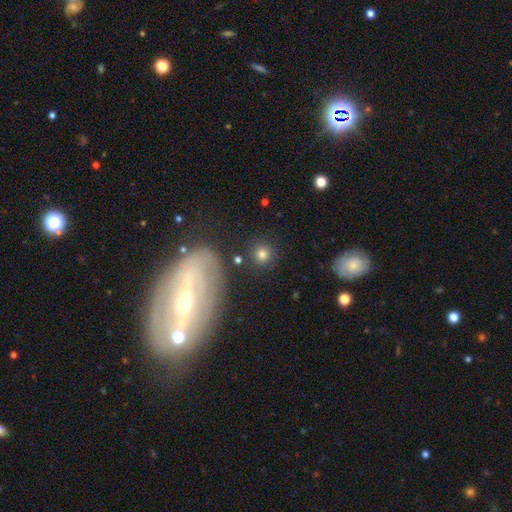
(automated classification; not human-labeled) A featured or disk galaxy (75%) with a strong bar (56%), spiral arms (61%) and a small central bulge (52%).

Vote fractions:
- Smooth or featured? featured or disk: 75% / smooth: 16% / star or artifact: 9%
- Edge-on disk? no: 84% / yes: 16%
- Bar? strong: 56% / weak: 27% / no: 17%
- Spiral arms? yes: 61% / no: 39%
- Bulge size? small: 52% / moderate: 44% / large: 2% / none: 1% / dominant: 1%
- Merging? none: 69% / minor disturbance: 15% / merger: 9% / major disturbance: 6%